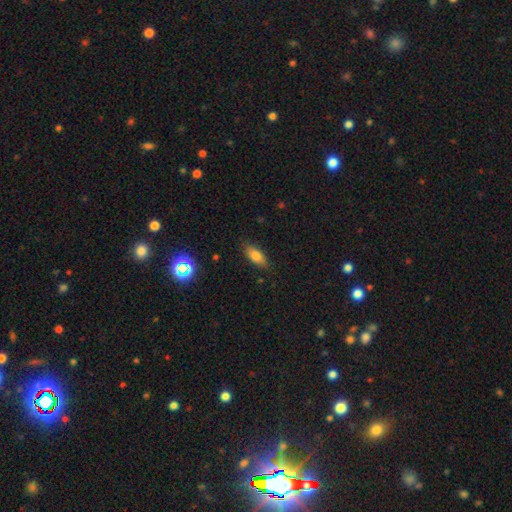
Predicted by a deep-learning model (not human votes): Smooth or featured? smooth (79%)
How rounded? in between (80%)
Merging? none (82%)